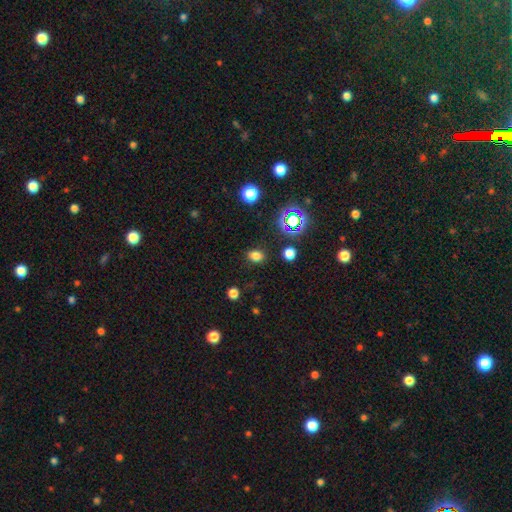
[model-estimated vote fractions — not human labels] This appears to be a smooth galaxy with no disk features (75%) that is in between round and cigar-shaped (66%). Merging: none (86%).